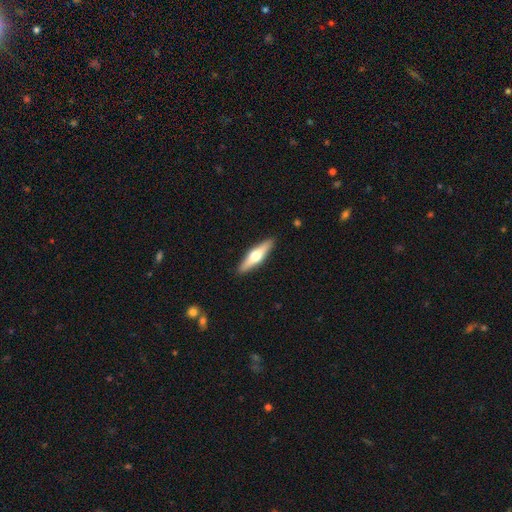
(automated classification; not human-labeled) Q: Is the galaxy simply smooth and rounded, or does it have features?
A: featured or disk — 55%.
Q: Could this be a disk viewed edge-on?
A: yes — 95%.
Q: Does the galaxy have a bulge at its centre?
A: rounded — 94%.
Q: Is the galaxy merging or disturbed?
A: none — 91%.